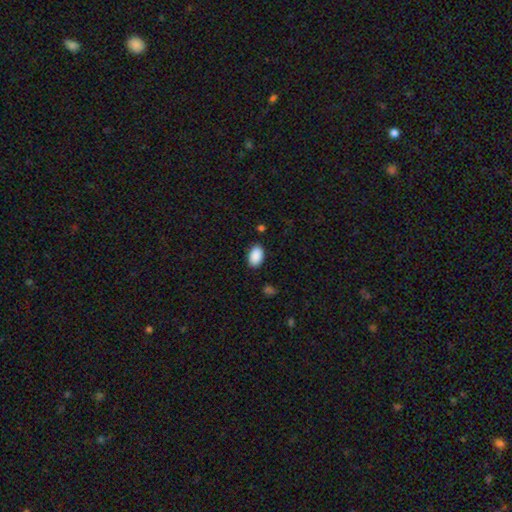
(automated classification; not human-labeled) smooth-or-featured: smooth: 90% | star or artifact: 7% | featured or disk: 3%
  how-rounded: in between: 92% | round: 7% | cigar-shaped: 1%
  merging: none: 87% | minor disturbance: 9% | major disturbance: 2% | merger: 1%